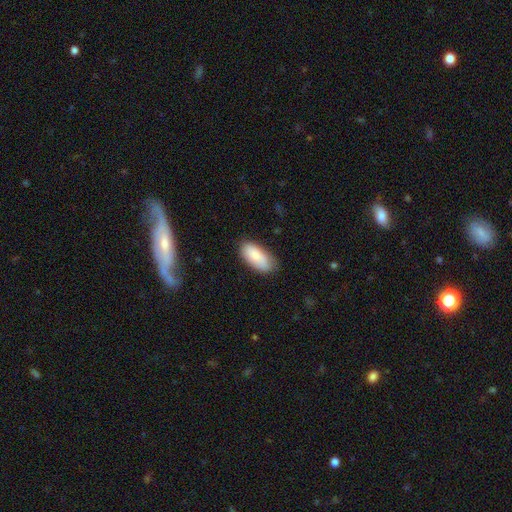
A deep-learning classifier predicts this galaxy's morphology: type=smooth (85%); roundness=in between (89%); merging=none (76%).